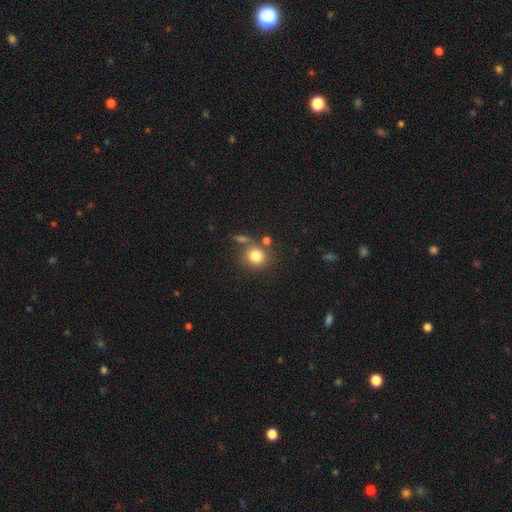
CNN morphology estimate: smooth 81%, star or artifact 11%, featured or disk 8%. Down the decision tree: how rounded — round (85%); merging — none (66%).